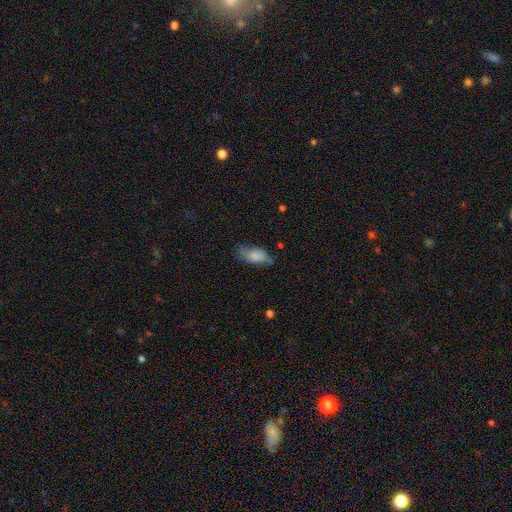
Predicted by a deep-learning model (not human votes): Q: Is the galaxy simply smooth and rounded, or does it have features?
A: smooth — 71%.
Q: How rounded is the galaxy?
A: in between — 88%.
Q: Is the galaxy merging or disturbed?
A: none — 50%.